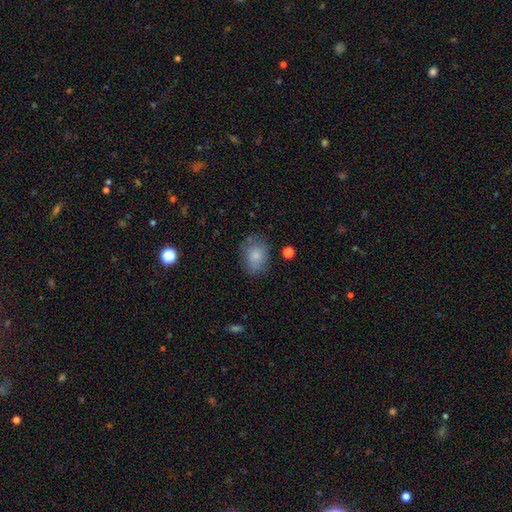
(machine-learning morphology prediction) smooth 80%, featured or disk 11%, star or artifact 9%. Down the decision tree: how rounded — in between (63%); merging — none (67%).